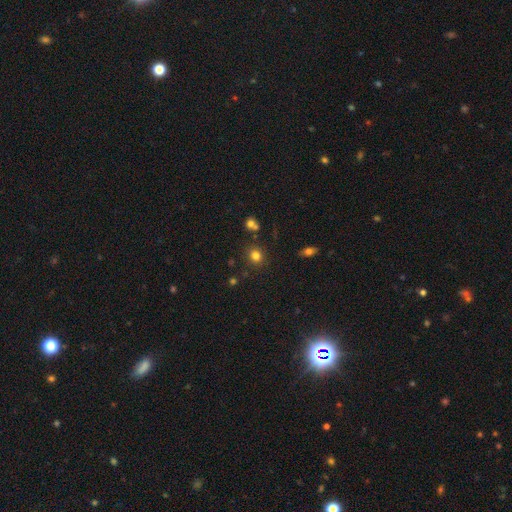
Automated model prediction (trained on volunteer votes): Smooth or featured: smooth — 79% (star or artifact — 14%)
How rounded: round — 80% (in between — 19%)
Merging: none — 82% (minor disturbance — 9%)